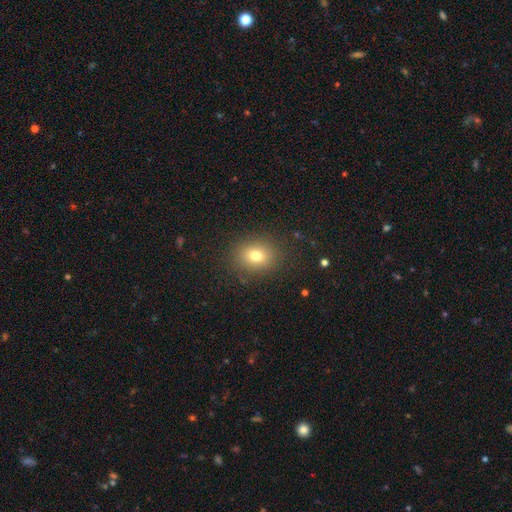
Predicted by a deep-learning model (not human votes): This appears to be a smooth galaxy with no disk features (75%) that is round (60%). Merging: none (86%).